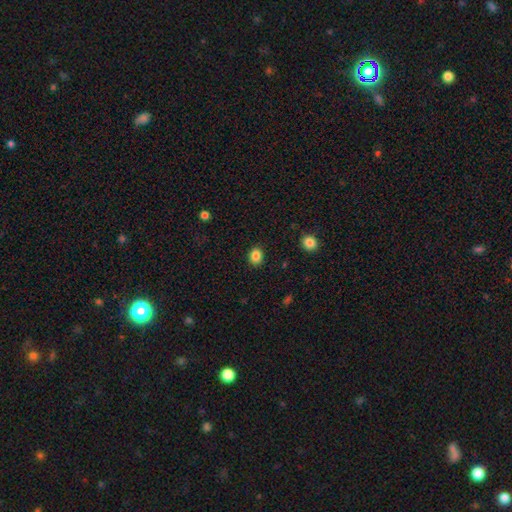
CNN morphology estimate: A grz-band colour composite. It shows a smooth galaxy with no disk features (85%) that is round (55%). Merging: none (89%).